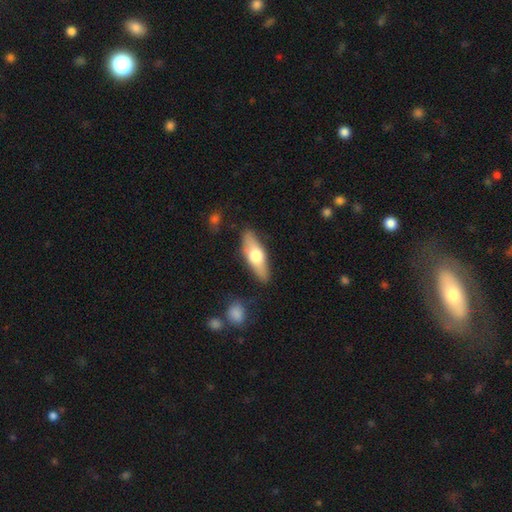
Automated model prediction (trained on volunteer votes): smooth_or_featured: smooth (p=0.53) [alt: featured or disk p=0.42]
how_rounded: in between (p=0.52) [alt: cigar-shaped p=0.45]
merging: none (p=0.85) [alt: minor disturbance p=0.11]